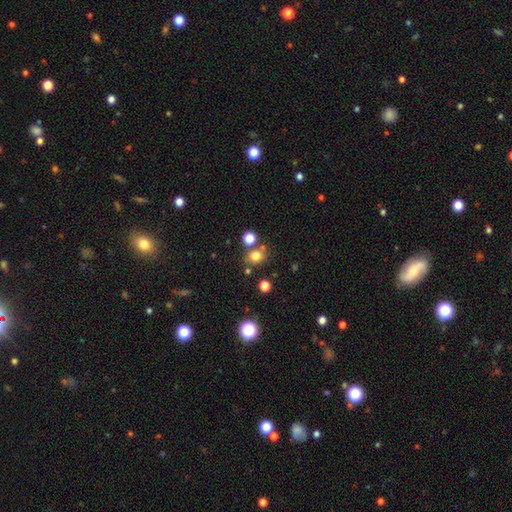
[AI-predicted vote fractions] Overall: smooth (76%). How rounded: round (72%). Merging: none (69%).